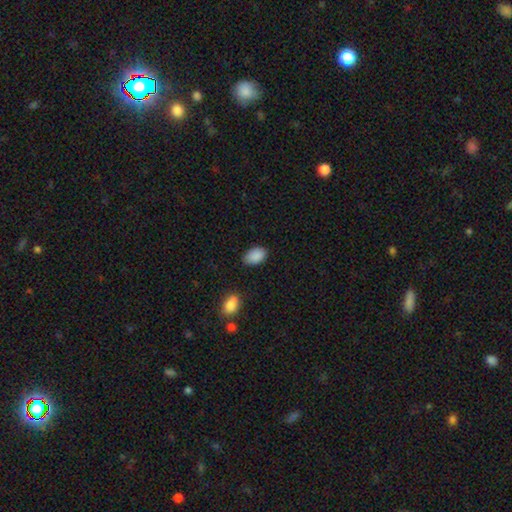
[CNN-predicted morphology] A smooth galaxy with no disk features (89%) that is in between round and cigar-shaped (90%). Merging: none (74%).